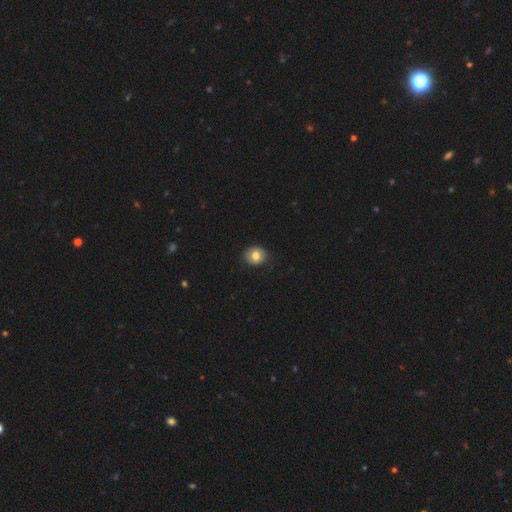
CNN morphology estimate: Smooth or featured? Predicted: smooth (p=0.79). How rounded? Predicted: round (p=0.76). Merging? Predicted: none (p=0.84).